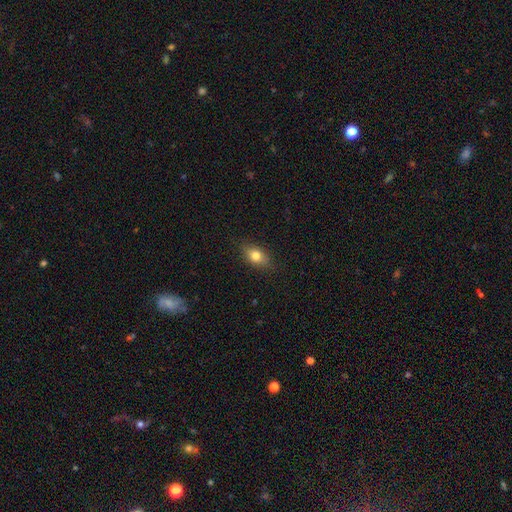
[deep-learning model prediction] Smooth or featured: smooth — 77% (featured or disk — 14%)
How rounded: in between — 77% (round — 18%)
Merging: none — 83% (minor disturbance — 13%)